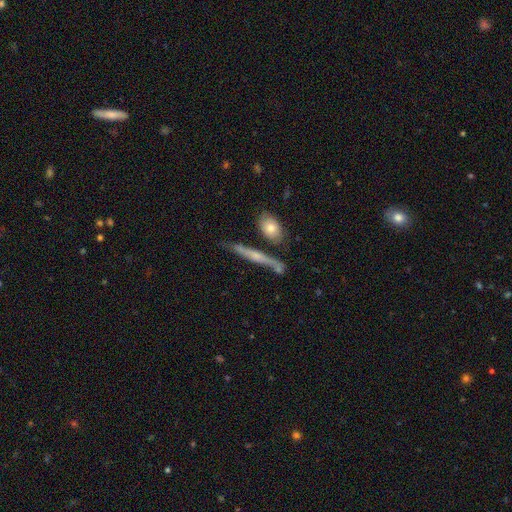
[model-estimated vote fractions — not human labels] smooth_or_featured: featured or disk (p=0.59) [alt: smooth p=0.34]
disk_edge_on: yes (p=0.89) [alt: no p=0.11]
edge_on_bulge: rounded (p=0.49) [alt: none p=0.39]
merging: none (p=0.69) [alt: minor disturbance p=0.16]